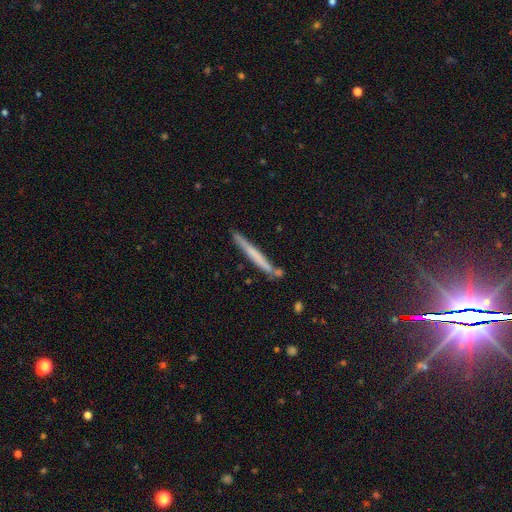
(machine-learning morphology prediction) type=smooth (56%); roundness=cigar-shaped (97%); merging=none (81%).